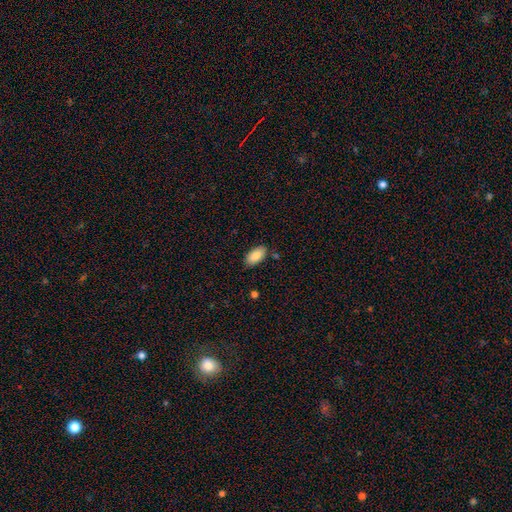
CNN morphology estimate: This appears to be a smooth galaxy with no disk features (88%) that is in between round and cigar-shaped (94%). Merging: none (83%).